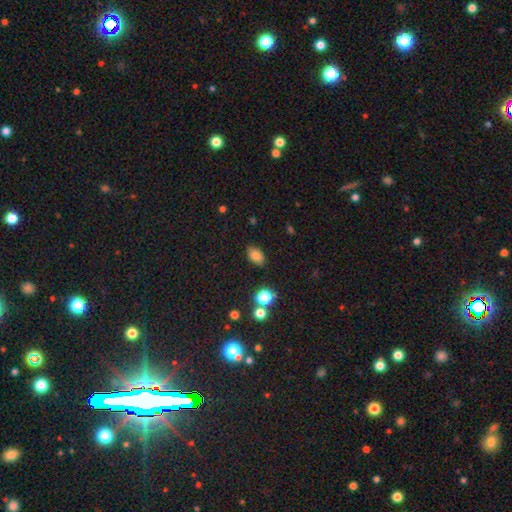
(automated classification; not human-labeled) A smooth galaxy with no disk features (81%) that is in between round and cigar-shaped (88%). Merging: none (84%).